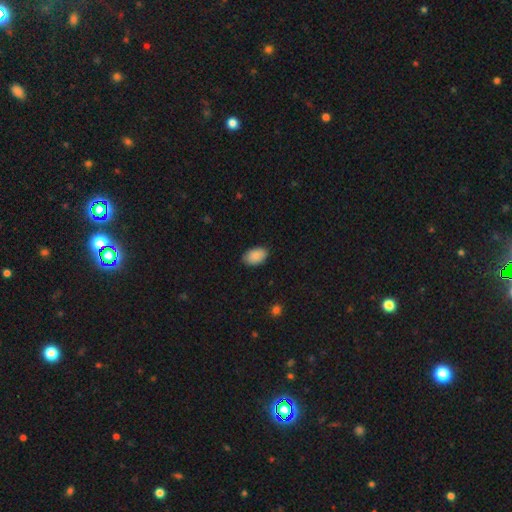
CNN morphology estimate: Overall: smooth (90%). How rounded: in between (92%). Merging: none (87%).